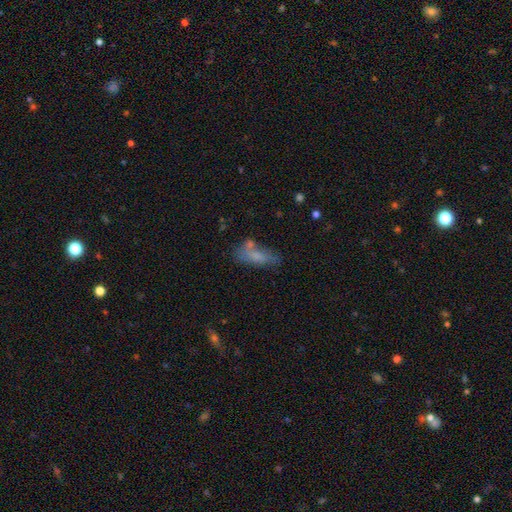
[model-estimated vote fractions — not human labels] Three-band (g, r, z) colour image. It shows a smooth galaxy with no disk features (64%) that is in between round and cigar-shaped (65%). Merging: none (46%).